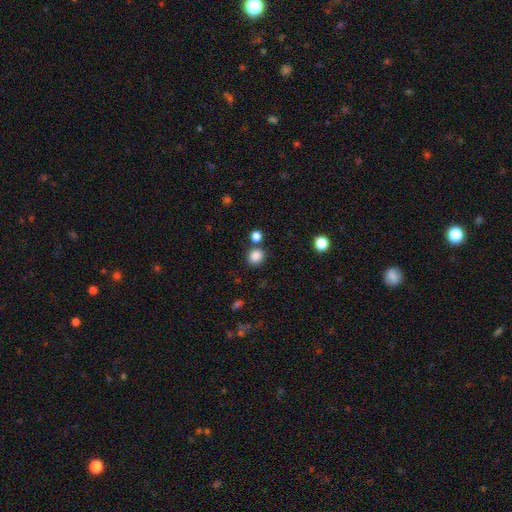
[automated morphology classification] smooth 85%, star or artifact 11%, featured or disk 4%. Down the decision tree: how rounded — round (79%); merging — none (77%).